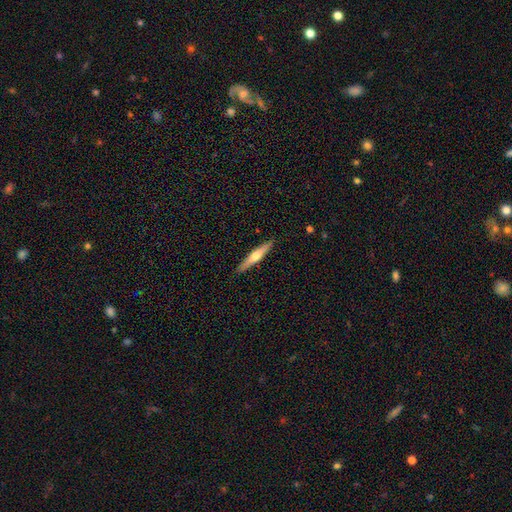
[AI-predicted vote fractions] Smooth or featured?
  - featured or disk: 53% *
  - smooth: 42%
  - star or artifact: 5%
Edge-on disk?
  - yes: 96% *
  - no: 4%
Edge-on bulge?
  - rounded: 86% *
  - none: 9%
  - boxy: 5%
Merging?
  - none: 90% *
  - minor disturbance: 7%
  - major disturbance: 1%
  - merger: 1%